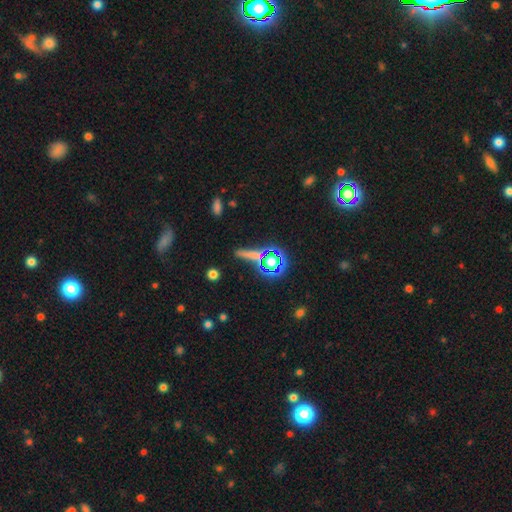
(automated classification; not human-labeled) A star or artifact, not a galaxy (49%).

Vote fractions:
- Smooth or featured? star or artifact: 49% / smooth: 37% / featured or disk: 14%